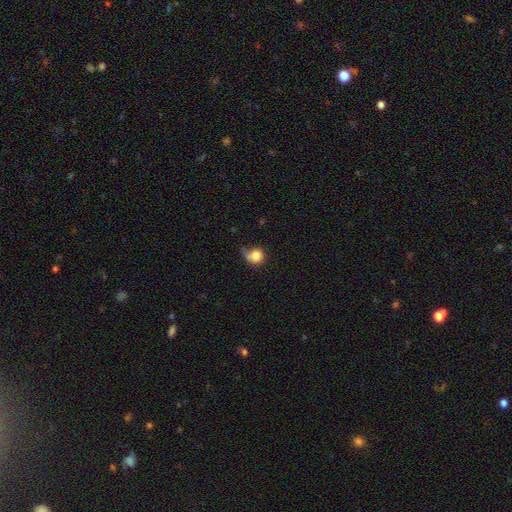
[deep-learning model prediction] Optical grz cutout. It shows a smooth galaxy with no disk features (79%) that is round (81%). Merging: none (38%).